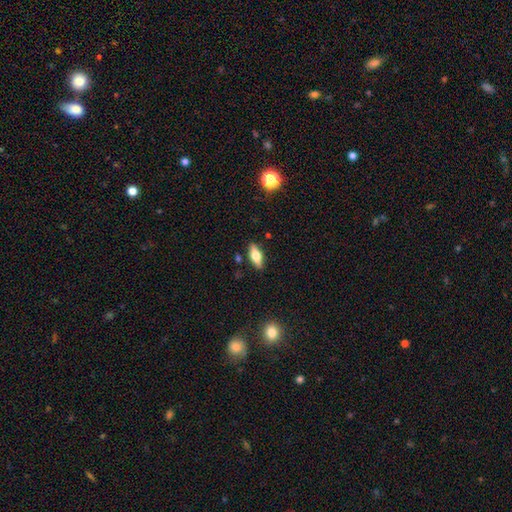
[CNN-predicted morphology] This is possibly a smooth galaxy (53%). How rounded: likely in between (71%). Merging: clearly none (86%).